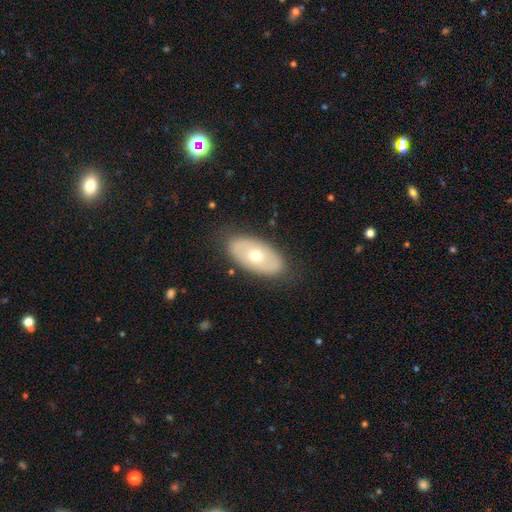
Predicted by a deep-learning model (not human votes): The model was most divided on "smooth or featured": smooth: 51%, featured or disk: 43%, star or artifact: 6%. More confident: how rounded — in between (93%); merging — none (84%).